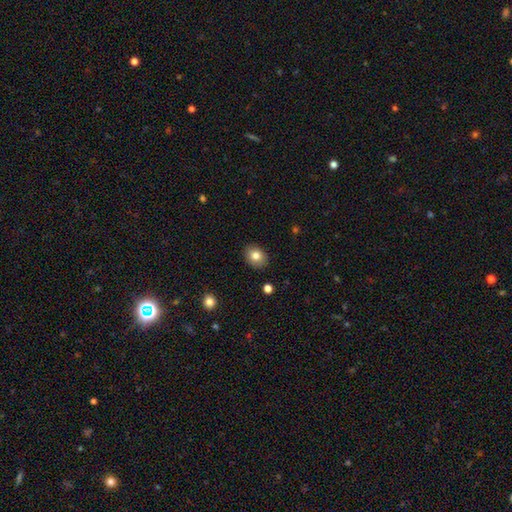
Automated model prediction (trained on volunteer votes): Overall: smooth (82%). How rounded: in between (57%; round 42%). Merging: none (88%).